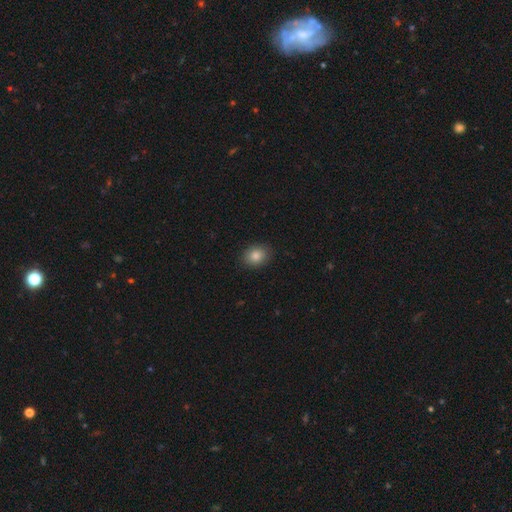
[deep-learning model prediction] This appears to be a smooth galaxy with no disk features (85%) that is in between round and cigar-shaped (54%). Merging: none (89%).